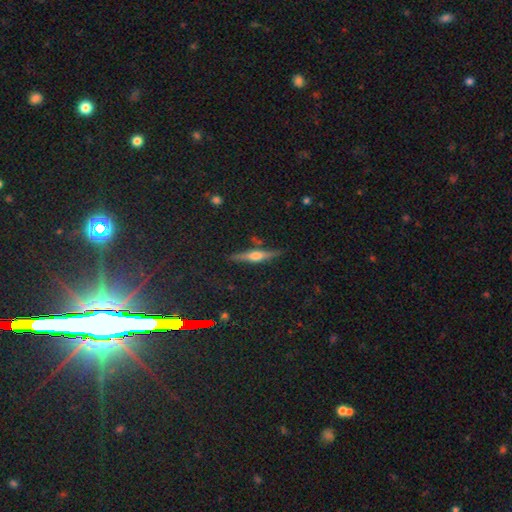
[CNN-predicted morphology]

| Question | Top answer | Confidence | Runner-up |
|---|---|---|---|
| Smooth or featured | featured or disk | 60% | smooth (30%) |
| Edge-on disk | yes | 96% | no (4%) |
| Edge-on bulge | rounded | 83% | boxy (11%) |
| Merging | none | 85% | minor disturbance (10%) |